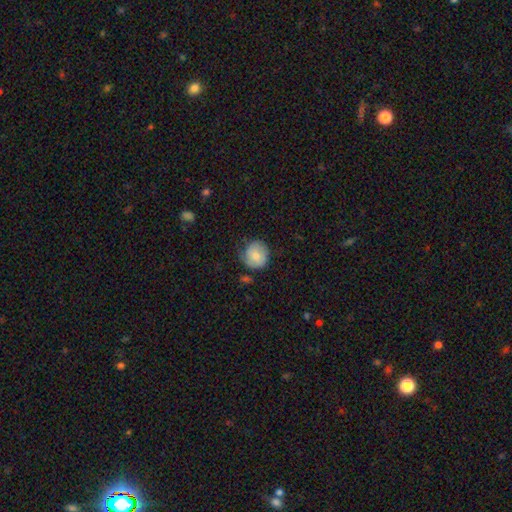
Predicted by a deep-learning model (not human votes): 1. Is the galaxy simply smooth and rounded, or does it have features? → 73% smooth, 20% featured or disk, 7% star or artifact.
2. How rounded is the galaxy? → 86% round, 13% in between, 1% cigar-shaped.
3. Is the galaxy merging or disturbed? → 57% none, 31% minor disturbance, 10% major disturbance, 2% merger.